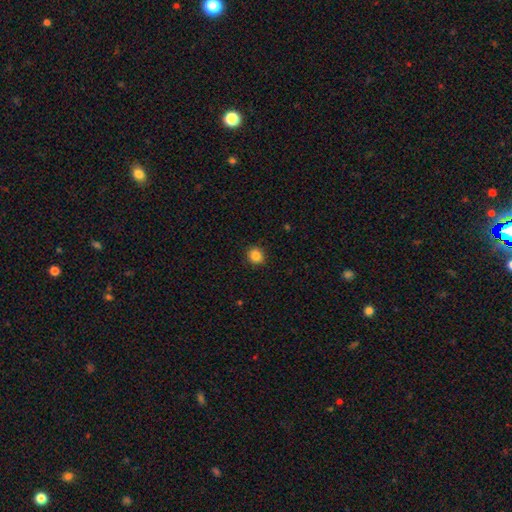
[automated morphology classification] Smooth or featured: smooth — 85% (star or artifact — 11%)
How rounded: round — 82% (in between — 17%)
Merging: none — 91% (minor disturbance — 6%)